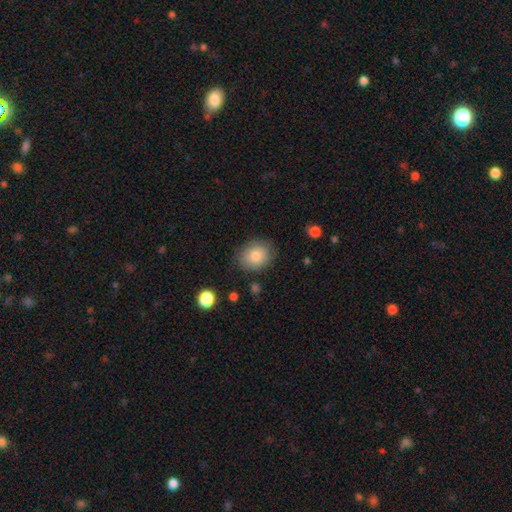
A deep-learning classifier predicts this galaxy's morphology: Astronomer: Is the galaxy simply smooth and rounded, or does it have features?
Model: smooth — 82%.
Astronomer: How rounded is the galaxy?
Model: round — 54% (runner-up: in between, 45%).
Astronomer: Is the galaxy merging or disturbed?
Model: none — 82%.